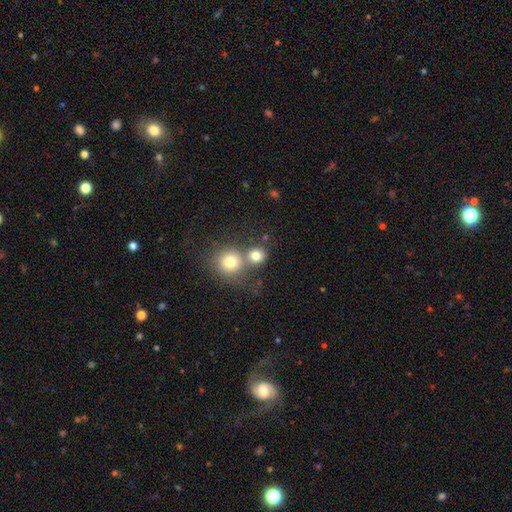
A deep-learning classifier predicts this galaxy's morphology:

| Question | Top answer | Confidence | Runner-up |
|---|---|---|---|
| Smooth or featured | smooth | 78% | star or artifact (13%) |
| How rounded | round | 84% | in between (15%) |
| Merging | none | 50% | merger (38%) |